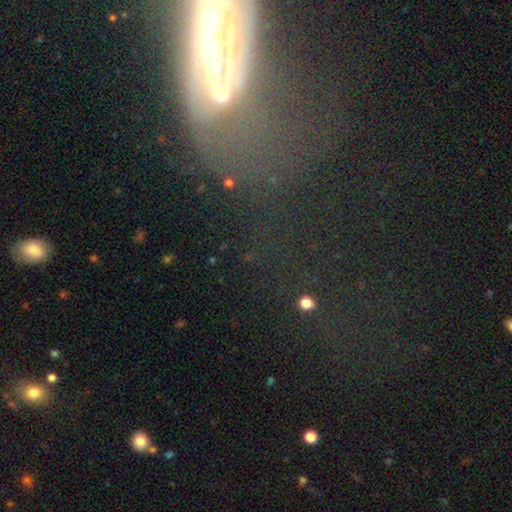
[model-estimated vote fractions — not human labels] Q: Smooth or featured?
A: star or artifact (45%); runner-up: featured or disk (32%)